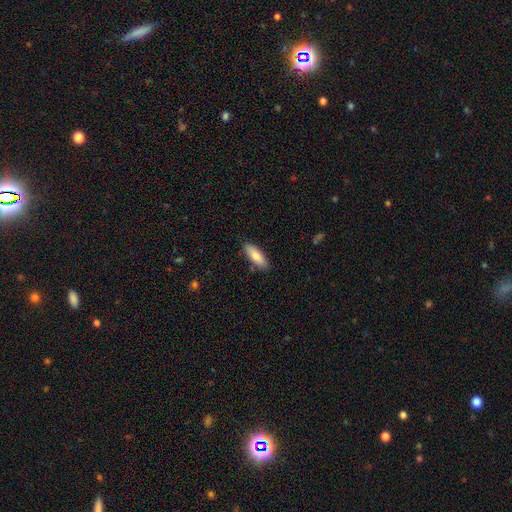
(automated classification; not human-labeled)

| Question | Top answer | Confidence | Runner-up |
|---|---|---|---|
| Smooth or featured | smooth | 84% | featured or disk (11%) |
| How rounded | in between | 64% | cigar-shaped (34%) |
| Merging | none | 86% | minor disturbance (11%) |